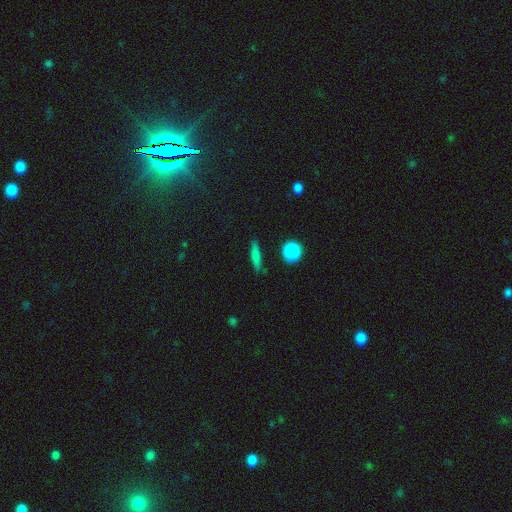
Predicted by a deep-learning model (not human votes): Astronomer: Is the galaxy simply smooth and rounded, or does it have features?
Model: smooth — 70%.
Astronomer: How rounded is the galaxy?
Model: cigar-shaped — 80%.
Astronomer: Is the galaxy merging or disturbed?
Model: none — 85%.